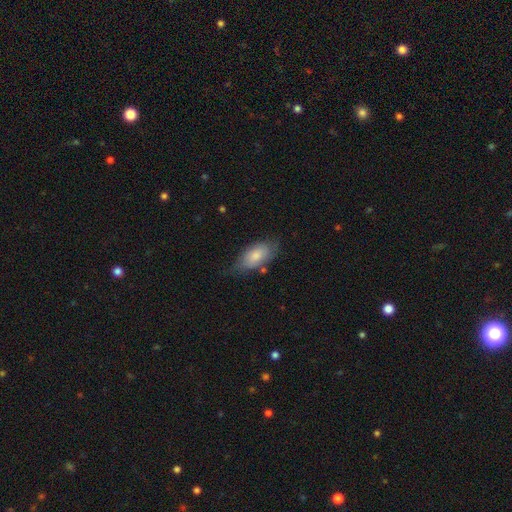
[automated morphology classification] A smooth galaxy with no disk features (76%) that is in between round and cigar-shaped (91%).

Vote fractions:
- Smooth or featured? smooth: 76% / featured or disk: 18% / star or artifact: 6%
- How rounded? in between: 91% / cigar-shaped: 6% / round: 3%
- Merging? none: 56% / minor disturbance: 31% / major disturbance: 9% / merger: 4%